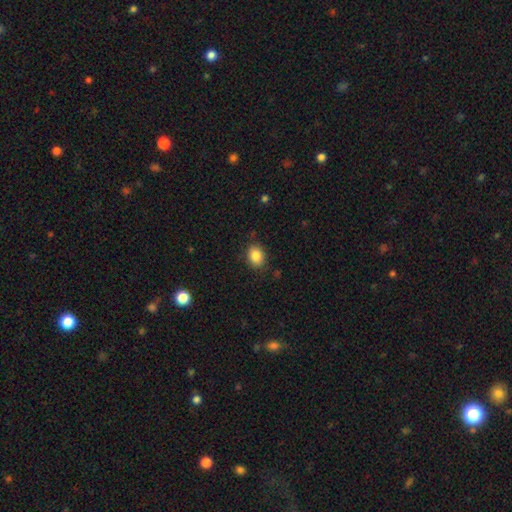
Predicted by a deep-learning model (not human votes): Smooth or featured? Predicted: smooth (p=0.86). How rounded? Predicted: in between (p=0.55). Merging? Predicted: none (p=0.84).